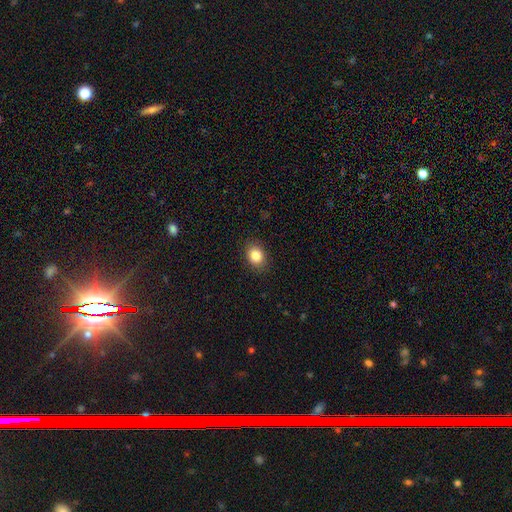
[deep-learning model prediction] smooth-or-featured: smooth: 85% | star or artifact: 9% | featured or disk: 6%
  how-rounded: in between: 55% | round: 44% | cigar-shaped: 1%
  merging: none: 88% | minor disturbance: 9% | major disturbance: 2% | merger: 1%